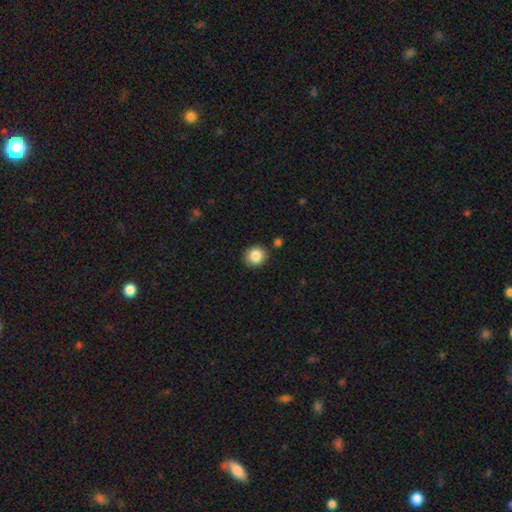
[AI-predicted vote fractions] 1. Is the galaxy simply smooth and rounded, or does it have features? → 86% smooth, 9% star or artifact, 5% featured or disk.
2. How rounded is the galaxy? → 84% round, 15% in between, 1% cigar-shaped.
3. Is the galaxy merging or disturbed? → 87% none, 9% minor disturbance, 3% merger, 2% major disturbance.